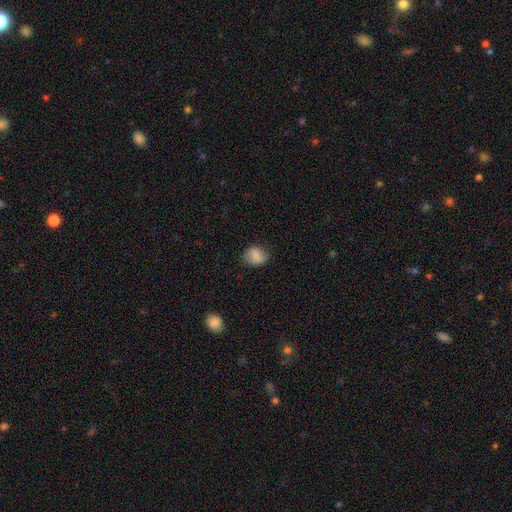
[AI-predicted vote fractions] smooth_or_featured: smooth (p=0.79) [alt: featured or disk p=0.13]
how_rounded: round (p=0.51) [alt: in between p=0.48]
merging: none (p=0.72) [alt: minor disturbance p=0.22]